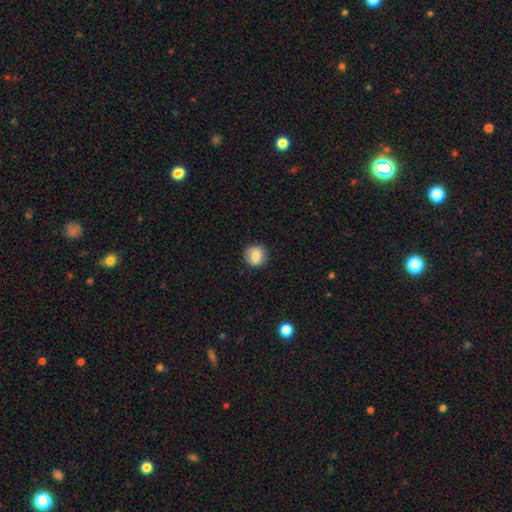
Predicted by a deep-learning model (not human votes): A smooth galaxy with no disk features (79%) that is round (86%).

Vote fractions:
- Smooth or featured? smooth: 79% / featured or disk: 13% / star or artifact: 8%
- How rounded? round: 86% / in between: 13% / cigar-shaped: 1%
- Merging? none: 86% / minor disturbance: 10% / major disturbance: 3% / merger: 1%